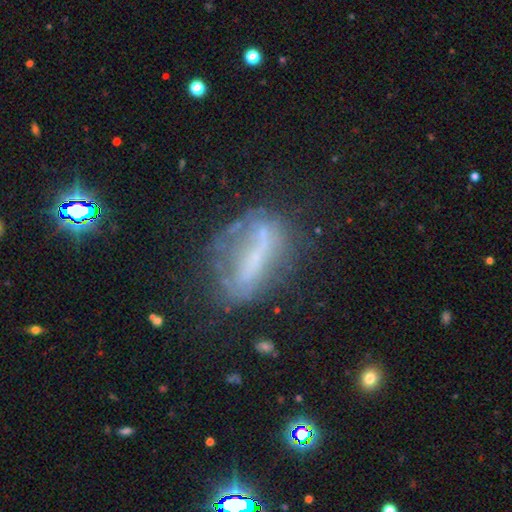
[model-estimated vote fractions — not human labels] Morphology: type=featured or disk (50%); merging=none (51%).